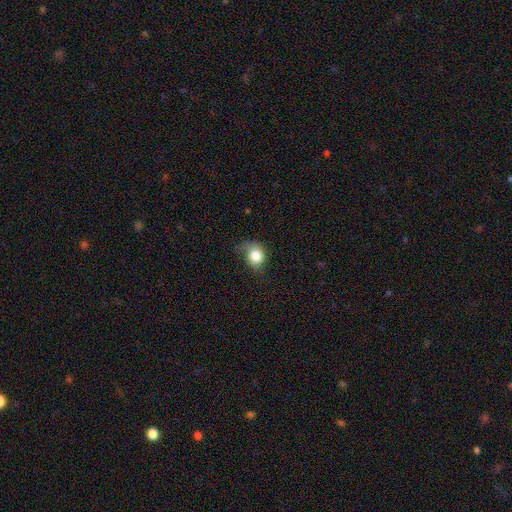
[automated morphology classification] smooth_or_featured: smooth (p=0.81) [alt: featured or disk p=0.10]
how_rounded: round (p=0.58) [alt: in between p=0.41]
merging: none (p=0.41) [alt: minor disturbance p=0.37]